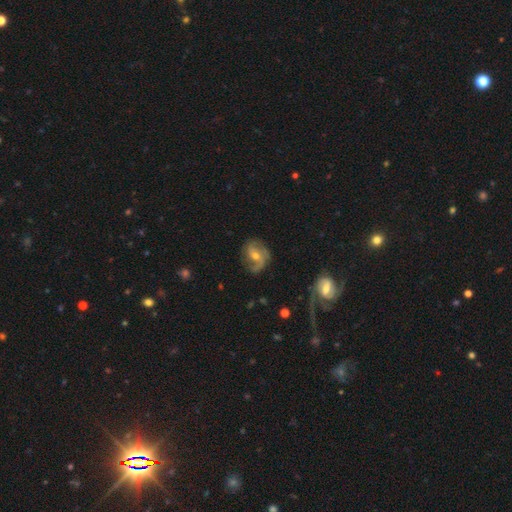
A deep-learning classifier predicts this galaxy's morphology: featured or disk 73%, smooth 19%, star or artifact 8%. Down the decision tree: edge-on disk — no (96%); bar — no (46%); spiral arms — yes (90%); spiral arm count — 2 (59%); spiral winding — medium (44%); bulge size — moderate (57%); merging — none (64%).